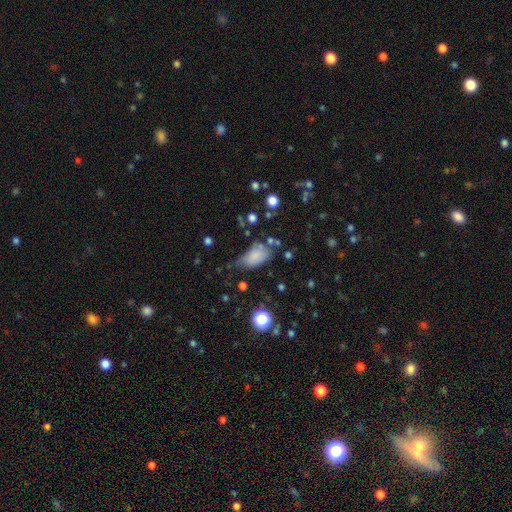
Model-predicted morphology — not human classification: Smooth or featured: smooth — 80% (star or artifact — 10%)
How rounded: in between — 90% (round — 7%)
Merging: none — 40% (minor disturbance — 38%)